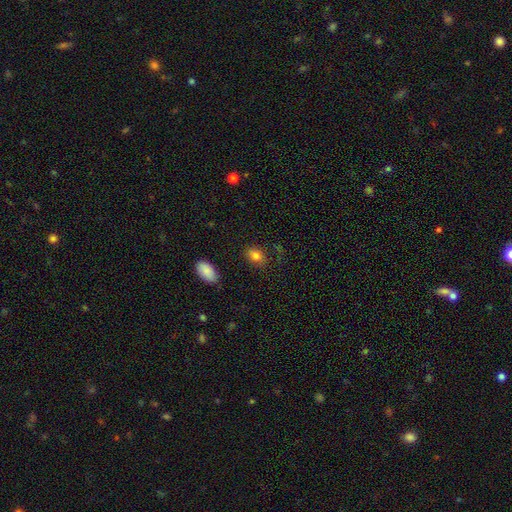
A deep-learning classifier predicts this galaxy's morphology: Overall: smooth (82%). How rounded: in between (80%). Merging: none (78%).